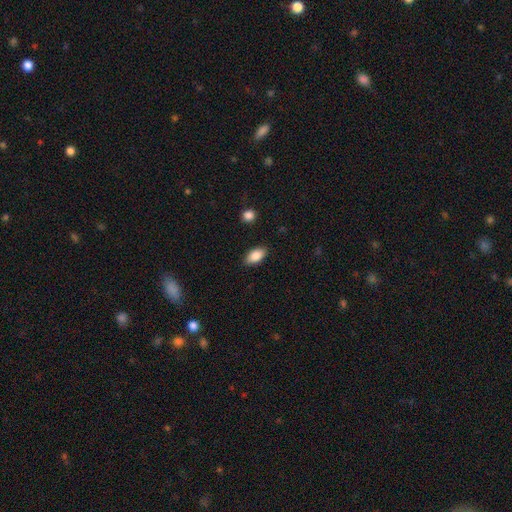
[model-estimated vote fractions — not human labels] This is clearly a smooth galaxy (86%). How rounded: clearly in between (92%). Merging: clearly none (87%).